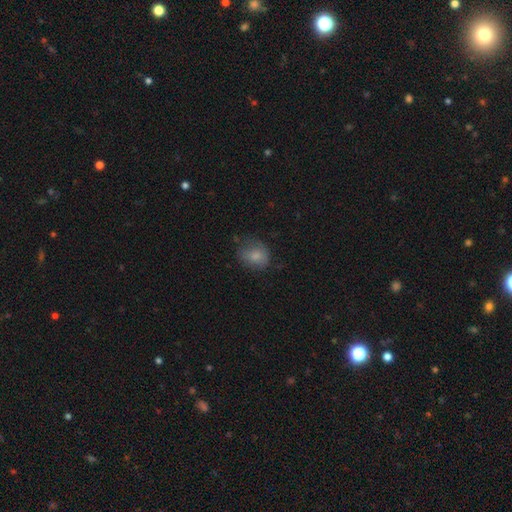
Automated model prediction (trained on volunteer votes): Overall: smooth (79%). How rounded: round (60%; in between 39%). Merging: none (61%; minor disturbance 27%).